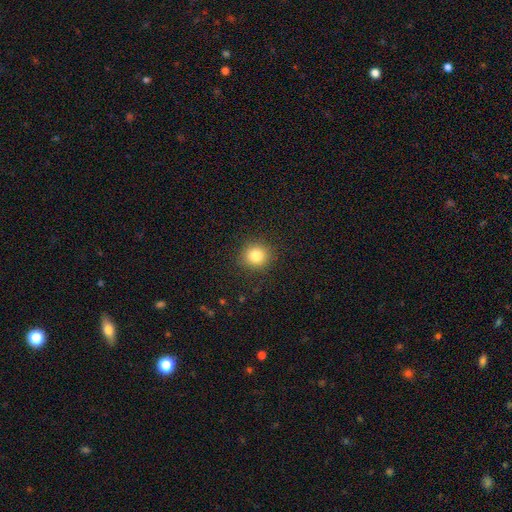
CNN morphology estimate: smooth-or-featured: smooth: 82% | star or artifact: 12% | featured or disk: 6%
  how-rounded: round: 87% | in between: 12% | cigar-shaped: 1%
  merging: none: 89% | minor disturbance: 7% | major disturbance: 3% | merger: 1%